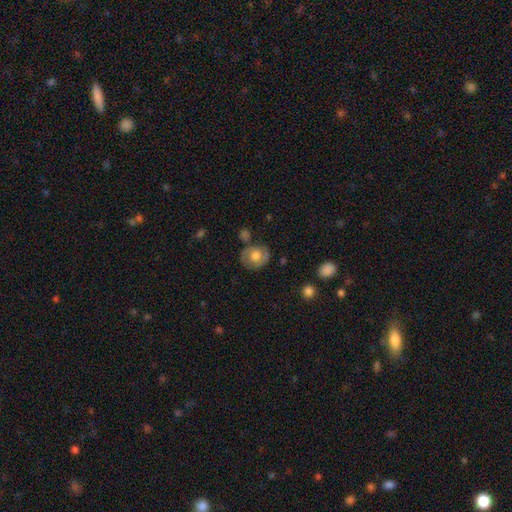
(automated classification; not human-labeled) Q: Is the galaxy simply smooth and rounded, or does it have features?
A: smooth — 55%.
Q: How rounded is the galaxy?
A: round — 60%.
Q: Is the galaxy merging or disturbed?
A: none — 70%.